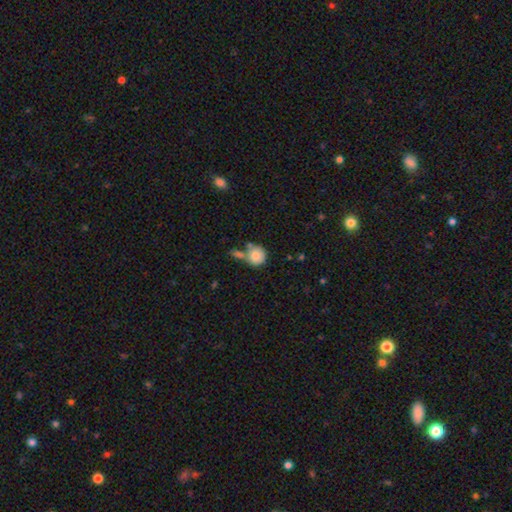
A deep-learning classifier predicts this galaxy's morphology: This is clearly a smooth galaxy (81%). How rounded: clearly round (87%). Merging: possibly none (48%).